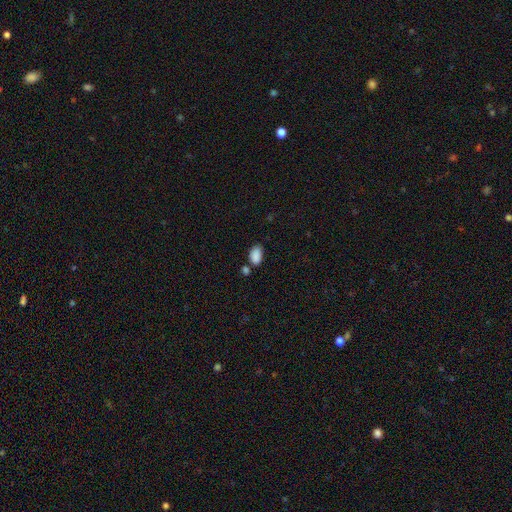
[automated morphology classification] The model was most divided on "merging": none: 67%, minor disturbance: 16%, merger: 14%, major disturbance: 4%. More confident: how rounded — in between (91%); smooth or featured — smooth (88%).